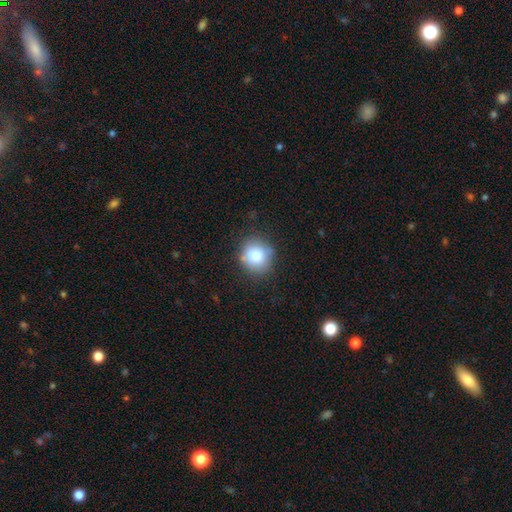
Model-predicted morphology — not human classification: Smooth or featured? Predicted: smooth (p=0.78). How rounded? Predicted: round (p=0.87). Merging? Predicted: none (p=0.80).